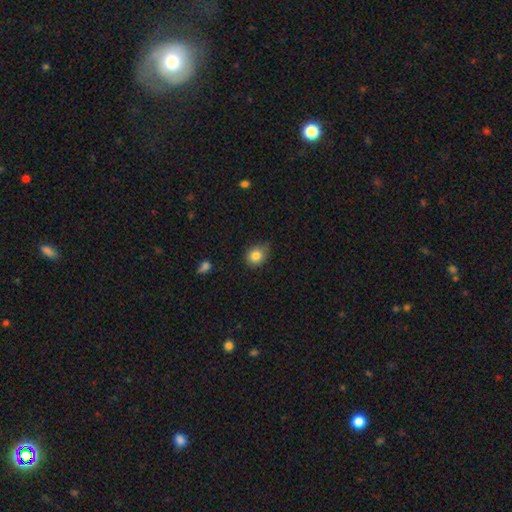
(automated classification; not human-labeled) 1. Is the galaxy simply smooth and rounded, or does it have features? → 84% smooth, 10% star or artifact, 6% featured or disk.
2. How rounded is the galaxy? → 58% round, 41% in between, 1% cigar-shaped.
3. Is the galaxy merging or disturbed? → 66% none, 28% minor disturbance, 4% major disturbance, 2% merger.